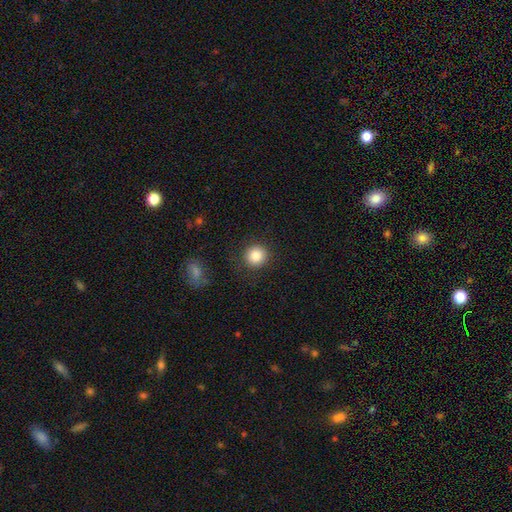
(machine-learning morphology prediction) The model was most divided on "smooth or featured": smooth: 85%, star or artifact: 9%, featured or disk: 6%. More confident: how rounded — round (93%); merging — none (88%).